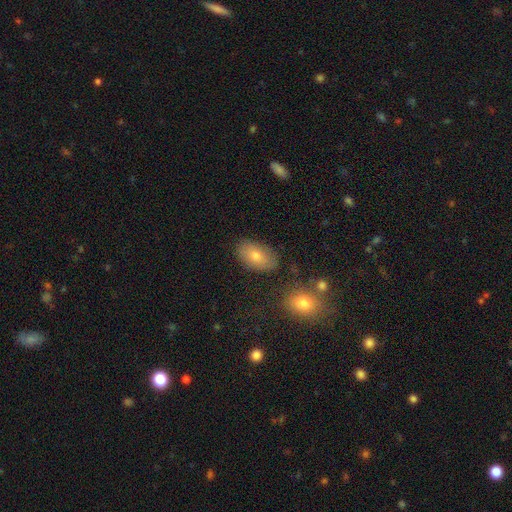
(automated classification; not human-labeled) Smooth or featured? Predicted: smooth (p=0.75). How rounded? Predicted: in between (p=0.91). Merging? Predicted: none (p=0.79).